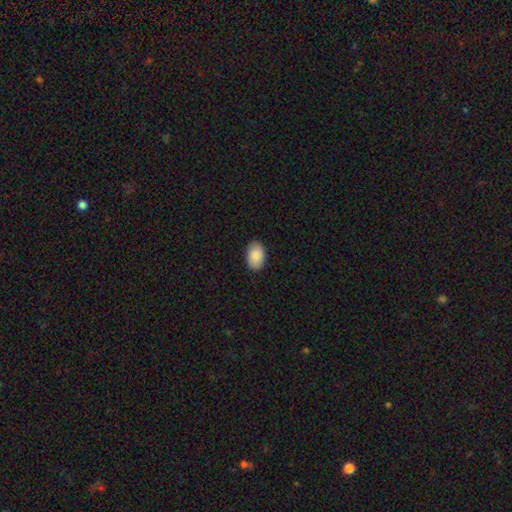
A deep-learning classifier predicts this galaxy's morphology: The model was most divided on "merging": none: 89%, minor disturbance: 8%, major disturbance: 2%, merger: 1%. More confident: how rounded — in between (90%); smooth or featured — smooth (90%).